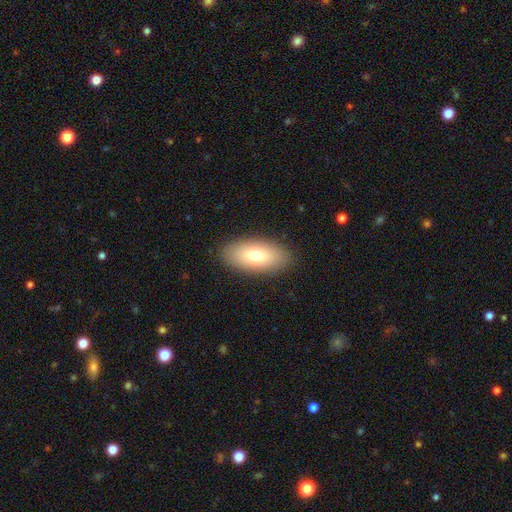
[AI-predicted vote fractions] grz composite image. It shows a smooth galaxy with no disk features (73%) that is in between round and cigar-shaped (89%). Merging: none (89%).